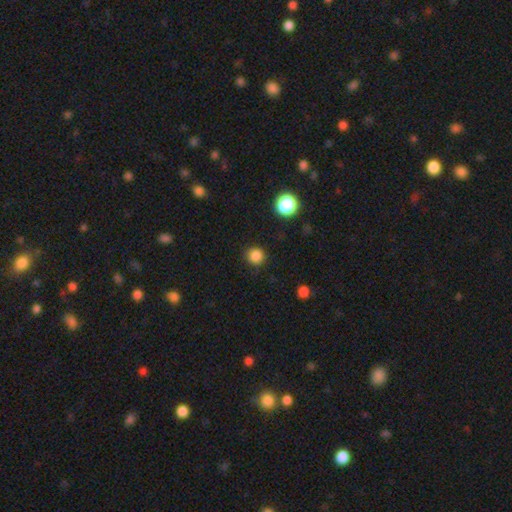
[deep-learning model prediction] The model was most divided on "smooth or featured": smooth: 85%, star or artifact: 13%, featured or disk: 3%. More confident: how rounded — round (93%); merging — none (89%).